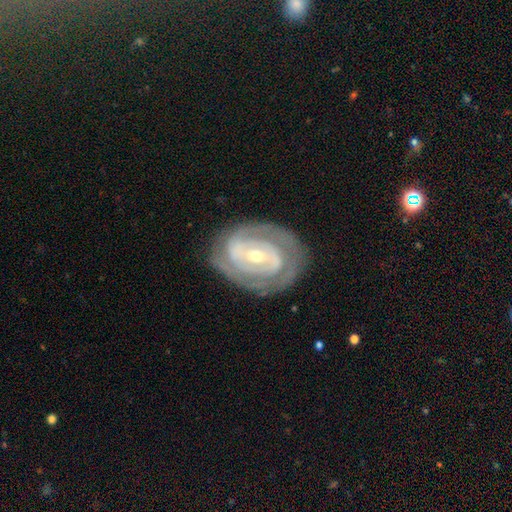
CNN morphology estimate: Smooth or featured? Predicted: featured or disk (p=0.85). Edge-on disk? Predicted: no (p=0.96). Bar? Predicted: weak (p=0.38). Spiral arms? Predicted: yes (p=0.89). Spiral winding? Predicted: tight (p=0.73). Spiral arm count? Predicted: 2 (p=0.52). Bulge size? Predicted: small (p=0.52). Merging? Predicted: none (p=0.79).